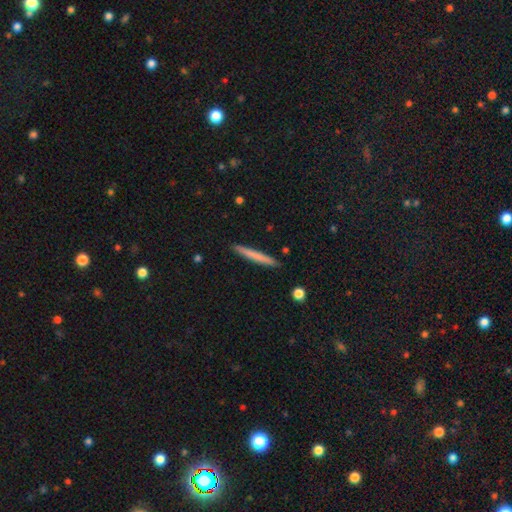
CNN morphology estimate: smooth 70%, featured or disk 24%, star or artifact 6%. Down the decision tree: how rounded — cigar-shaped (97%); merging — none (91%).